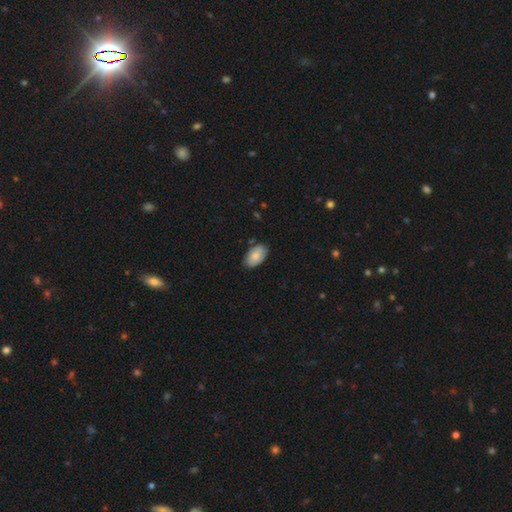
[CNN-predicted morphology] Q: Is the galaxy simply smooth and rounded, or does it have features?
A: smooth — 78%.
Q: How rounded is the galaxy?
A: in between — 94%.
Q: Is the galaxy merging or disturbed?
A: none — 77%.